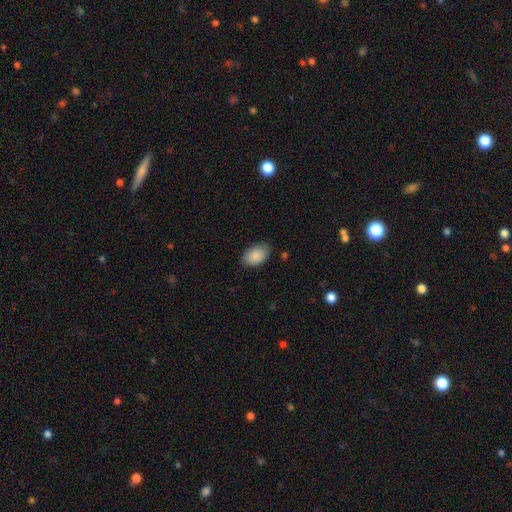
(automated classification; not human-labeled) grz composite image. It shows a smooth galaxy with no disk features (88%) that is in between round and cigar-shaped (91%). Merging: none (81%).